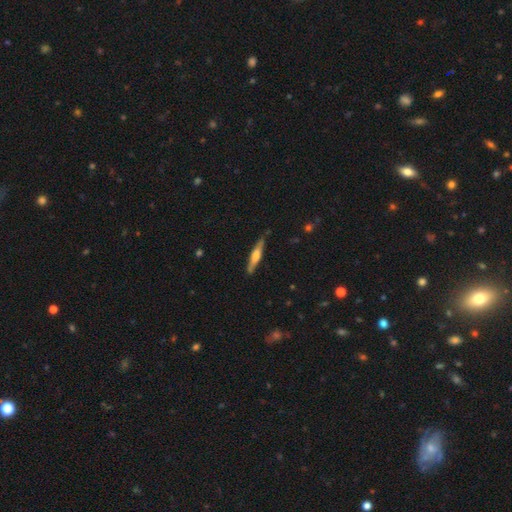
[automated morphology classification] Smooth or featured: featured or disk — 57% (smooth — 37%)
Edge-on disk: yes — 96% (no — 4%)
Edge-on bulge: rounded — 66% (boxy — 25%)
Merging: none — 85% (minor disturbance — 11%)